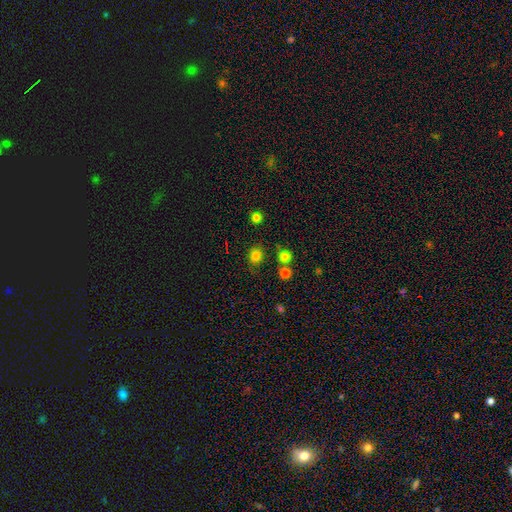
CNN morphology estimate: Smooth or featured: smooth — 80% (star or artifact — 15%)
How rounded: round — 72% (in between — 27%)
Merging: none — 77% (minor disturbance — 12%)